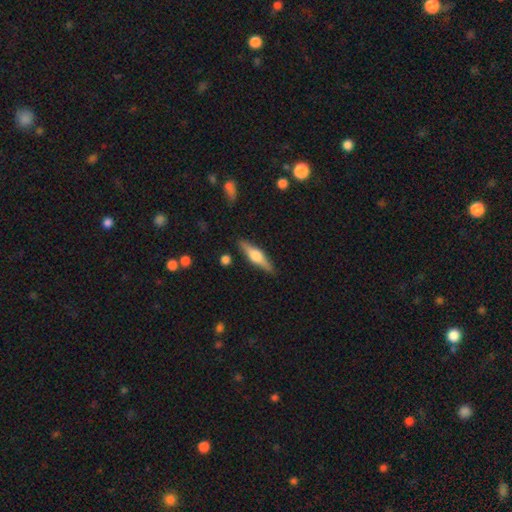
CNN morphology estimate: Smooth or featured?
  - featured or disk: 64% *
  - smooth: 30%
  - star or artifact: 6%
Edge-on disk?
  - yes: 96% *
  - no: 4%
Edge-on bulge?
  - rounded: 91% *
  - boxy: 7%
  - none: 2%
Merging?
  - none: 88% *
  - minor disturbance: 8%
  - major disturbance: 2%
  - merger: 2%